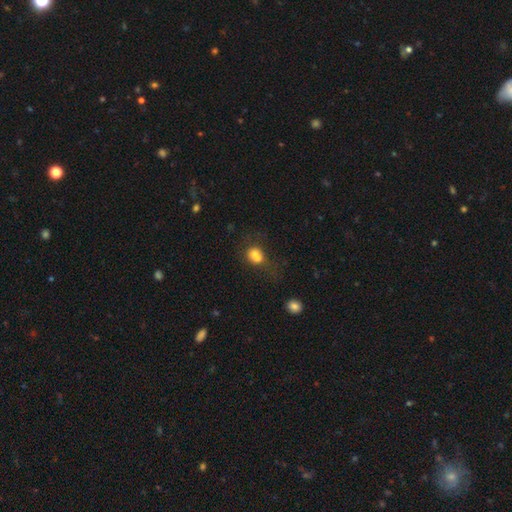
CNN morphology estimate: Smooth or featured? smooth (69%)
How rounded? round (55%)
Merging? merger (52%)